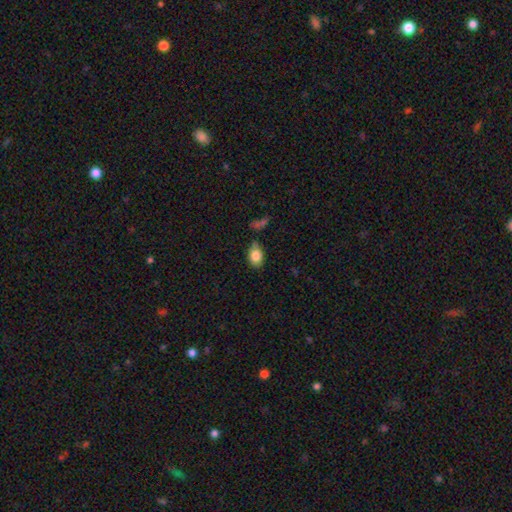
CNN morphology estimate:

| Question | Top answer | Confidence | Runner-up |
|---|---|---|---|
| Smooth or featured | smooth | 83% | featured or disk (9%) |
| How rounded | in between | 80% | round (18%) |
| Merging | none | 62% | minor disturbance (25%) |